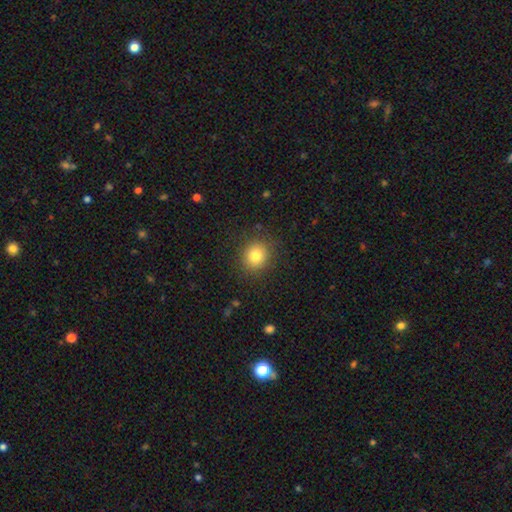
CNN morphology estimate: smooth 80%, star or artifact 11%, featured or disk 8%. Down the decision tree: how rounded — round (80%); merging — none (87%).